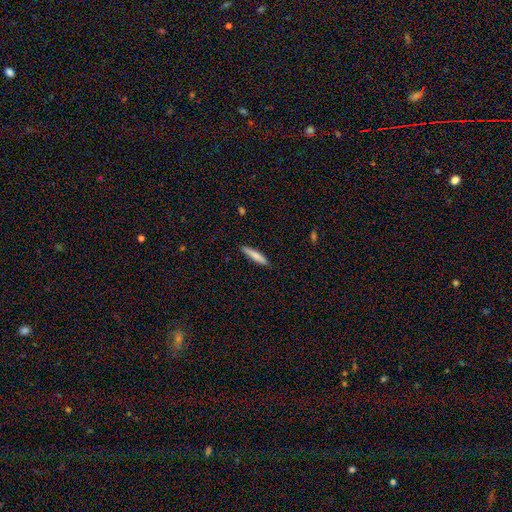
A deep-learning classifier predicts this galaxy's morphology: smooth_or_featured: smooth (p=0.77) [alt: featured or disk p=0.17]
how_rounded: cigar-shaped (p=0.90) [alt: in between p=0.09]
merging: none (p=0.88) [alt: minor disturbance p=0.09]